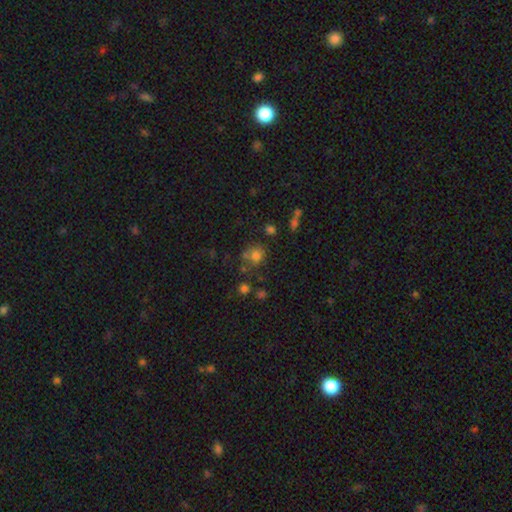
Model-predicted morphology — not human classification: Smooth or featured?
  - smooth: 72% *
  - star or artifact: 17%
  - featured or disk: 11%
How rounded?
  - round: 77% *
  - in between: 22%
  - cigar-shaped: 1%
Merging?
  - none: 57% *
  - merger: 21%
  - minor disturbance: 15%
  - major disturbance: 7%